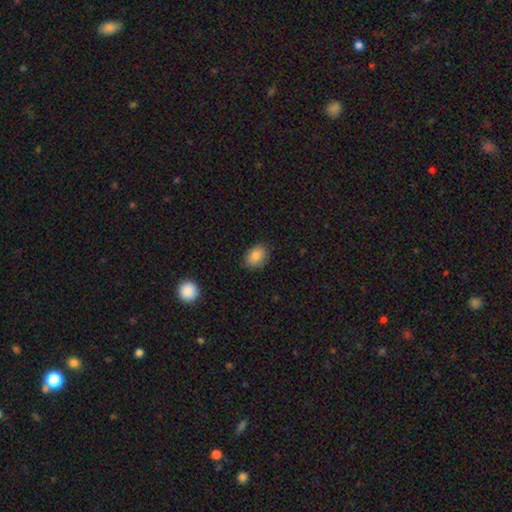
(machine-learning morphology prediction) Smooth or featured? Predicted: smooth (p=0.85). How rounded? Predicted: in between (p=0.64). Merging? Predicted: none (p=0.83).